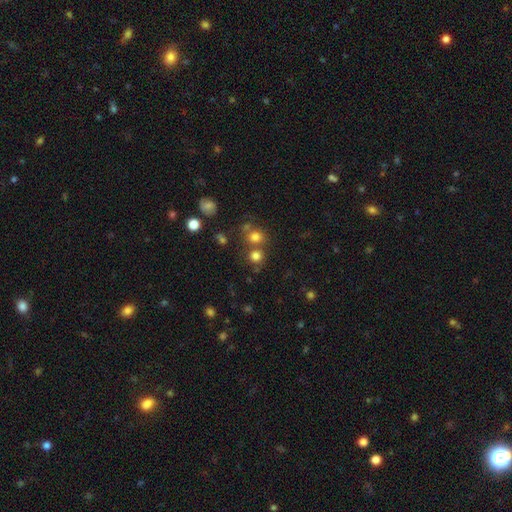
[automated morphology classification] smooth 76%, star or artifact 17%, featured or disk 7%. Down the decision tree: how rounded — round (88%); merging — none (67%).